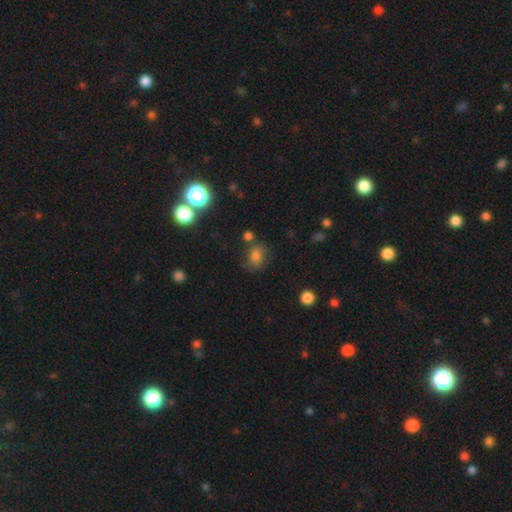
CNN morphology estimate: A smooth galaxy with no disk features (75%) that is round (54%). Merging: none (68%).